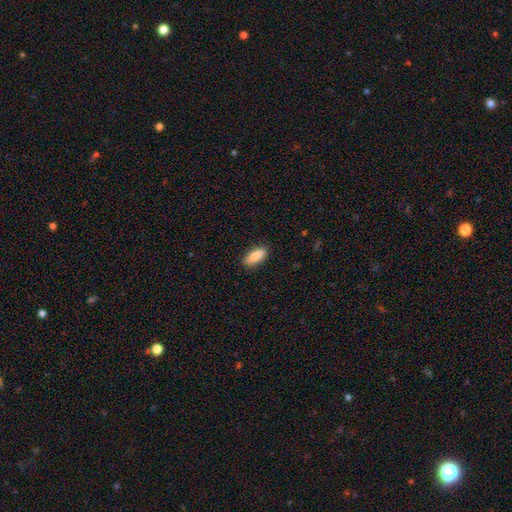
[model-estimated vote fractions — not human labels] Smooth or featured? smooth (88%)
How rounded? in between (82%)
Merging? none (88%)